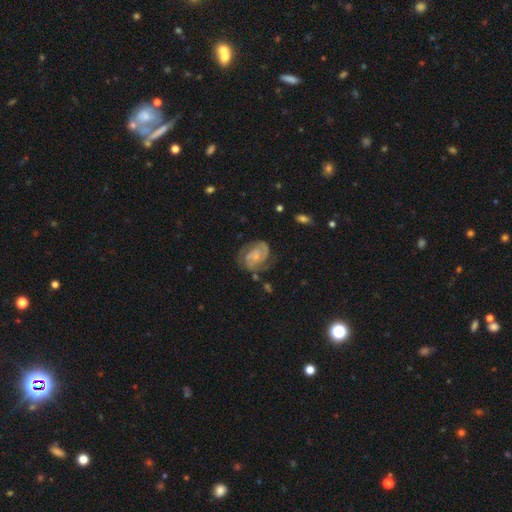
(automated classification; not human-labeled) Smooth or featured? Predicted: featured or disk (p=0.79). Edge-on disk? Predicted: no (p=0.98). Bar? Predicted: no (p=0.59). Spiral arms? Predicted: yes (p=0.93). Spiral winding? Predicted: tight (p=0.45). Spiral arm count? Predicted: 2 (p=0.67). Bulge size? Predicted: small (p=0.64). Merging? Predicted: none (p=0.64).